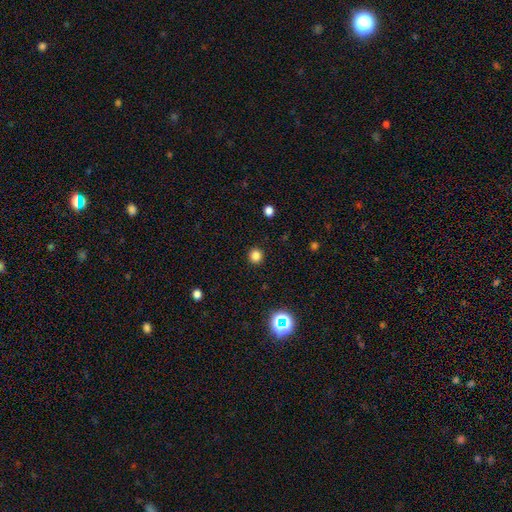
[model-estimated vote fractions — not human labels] smooth-or-featured: smooth: 82% | star or artifact: 14% | featured or disk: 4%
  how-rounded: round: 94% | in between: 5% | cigar-shaped: 1%
  merging: none: 92% | minor disturbance: 5% | major disturbance: 2% | merger: 1%